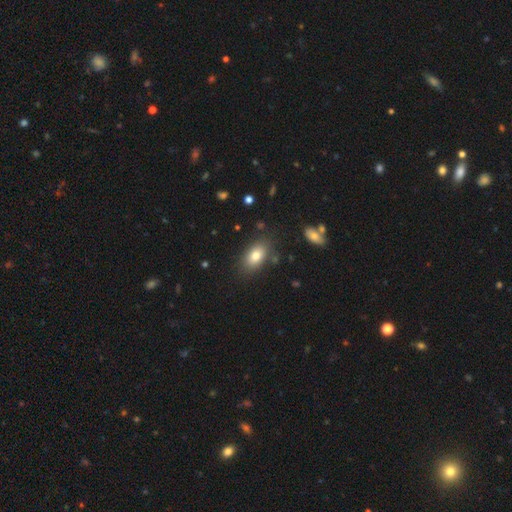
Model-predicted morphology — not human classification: Smooth or featured? smooth (80%)
How rounded? in between (89%)
Merging? none (82%)